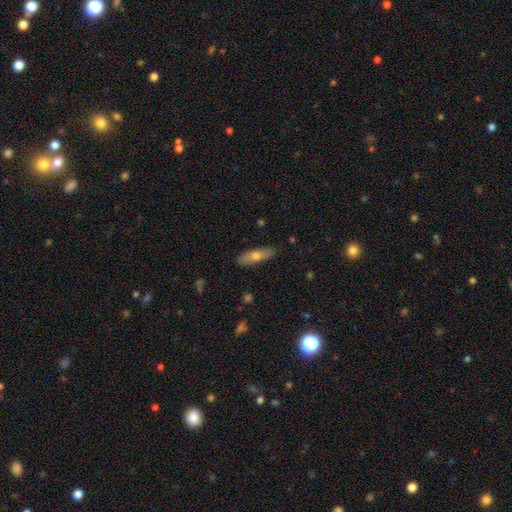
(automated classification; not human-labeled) This is likely a smooth galaxy (64%). How rounded: possibly cigar-shaped (57%). Merging: clearly none (85%).